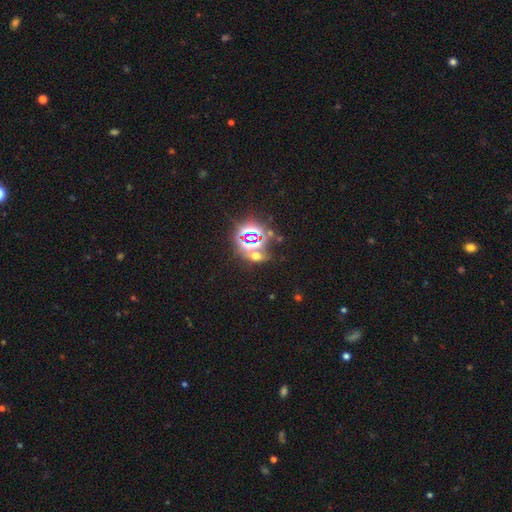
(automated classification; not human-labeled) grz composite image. It shows a star or artifact, not a galaxy (64%).